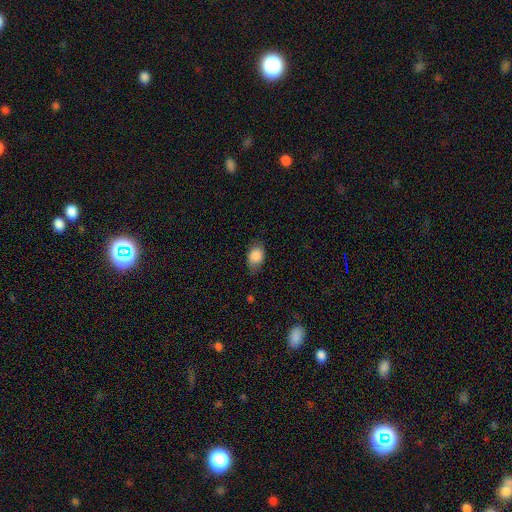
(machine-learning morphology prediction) Smooth or featured? Predicted: smooth (p=0.85). How rounded? Predicted: in between (p=0.75). Merging? Predicted: none (p=0.67).